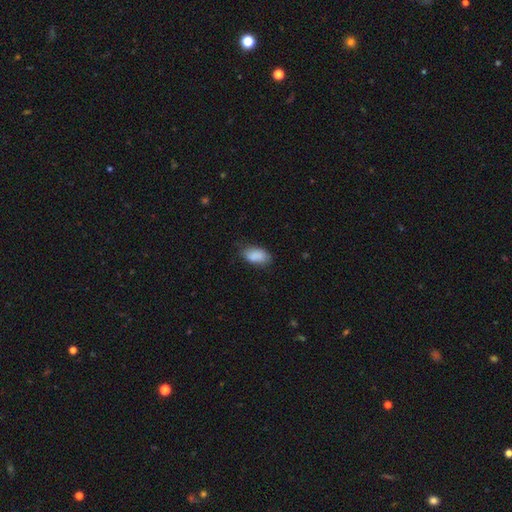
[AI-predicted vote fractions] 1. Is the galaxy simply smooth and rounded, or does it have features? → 88% smooth, 7% star or artifact, 5% featured or disk.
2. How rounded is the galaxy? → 93% in between, 4% round, 3% cigar-shaped.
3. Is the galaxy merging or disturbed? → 72% none, 22% minor disturbance, 5% major disturbance, 1% merger.